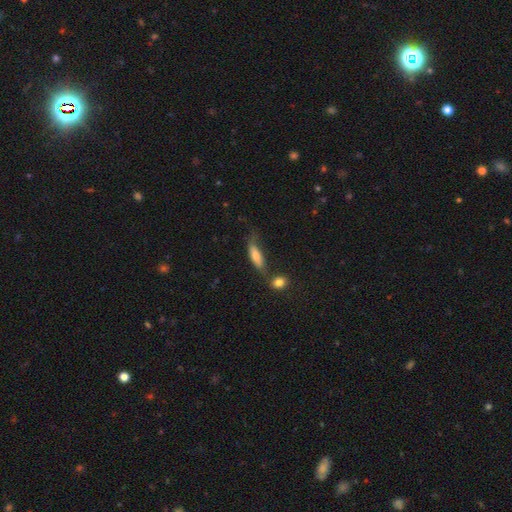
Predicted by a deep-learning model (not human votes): A smooth galaxy with no disk features (74%) that is cigar-shaped (49%). Merging: none (46%).